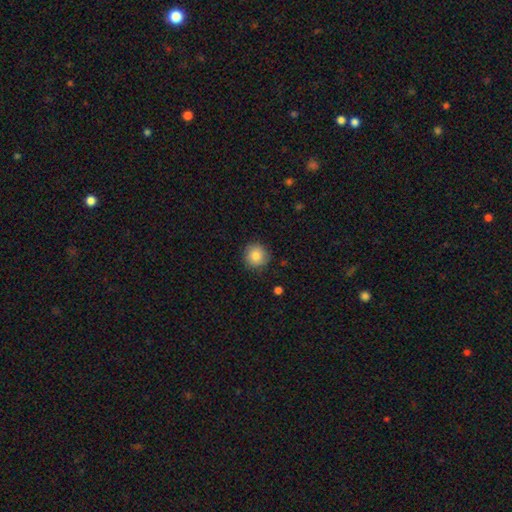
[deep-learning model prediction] Smooth or featured? Predicted: smooth (p=0.84). How rounded? Predicted: round (p=0.94). Merging? Predicted: none (p=0.88).